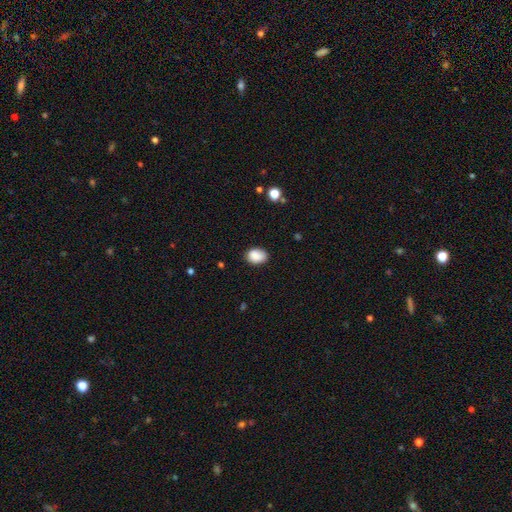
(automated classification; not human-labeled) Overall: smooth (89%). How rounded: in between (73%). Merging: none (81%).